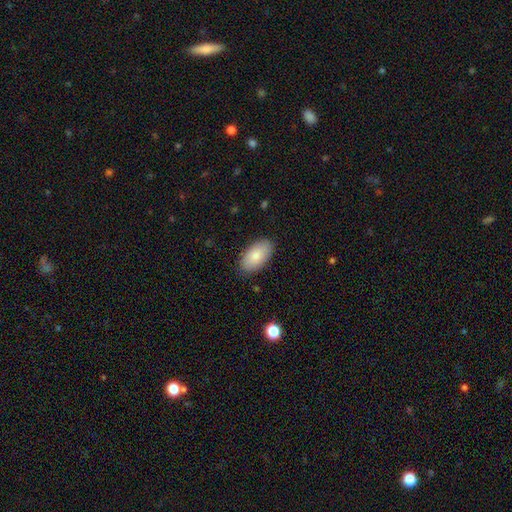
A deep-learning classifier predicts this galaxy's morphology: Smooth or featured? smooth (81%)
How rounded? in between (95%)
Merging? none (85%)